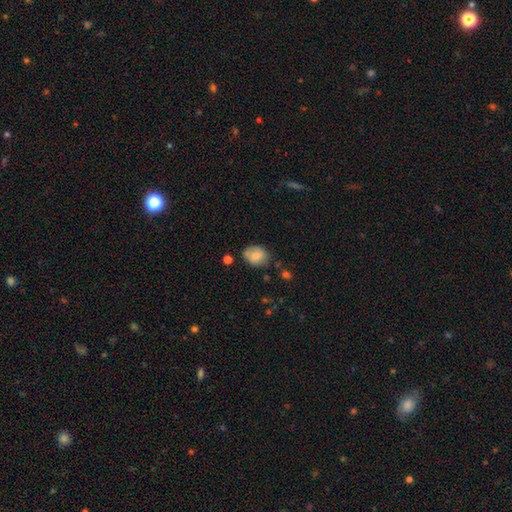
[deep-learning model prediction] Smooth or featured?
  - smooth: 76% *
  - featured or disk: 15%
  - star or artifact: 8%
How rounded?
  - in between: 57% *
  - round: 42%
  - cigar-shaped: 1%
Merging?
  - none: 64% *
  - minor disturbance: 24%
  - major disturbance: 6%
  - merger: 5%